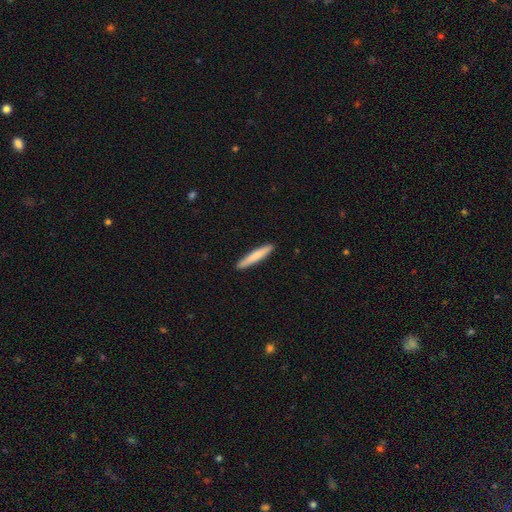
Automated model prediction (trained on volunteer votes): smooth 77%, featured or disk 19%, star or artifact 5%. Down the decision tree: how rounded — cigar-shaped (95%); merging — none (92%).